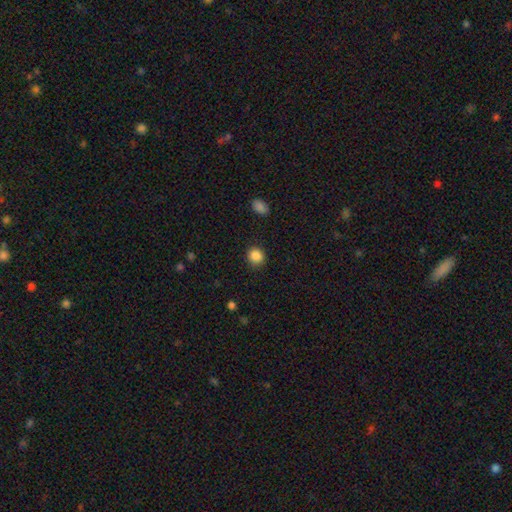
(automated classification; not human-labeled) smooth 87%, star or artifact 10%, featured or disk 3%. Down the decision tree: how rounded — round (86%); merging — none (89%).